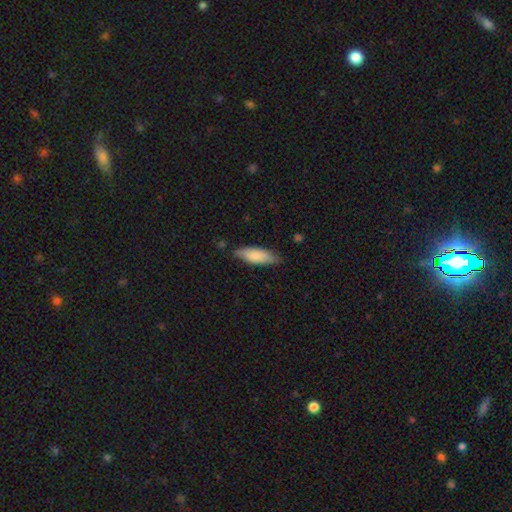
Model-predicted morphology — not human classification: Q: Smooth or featured?
A: smooth (80%); runner-up: featured or disk (15%)
Q: How rounded?
A: in between (64%); runner-up: cigar-shaped (35%)
Q: Merging?
A: none (73%); runner-up: minor disturbance (22%)